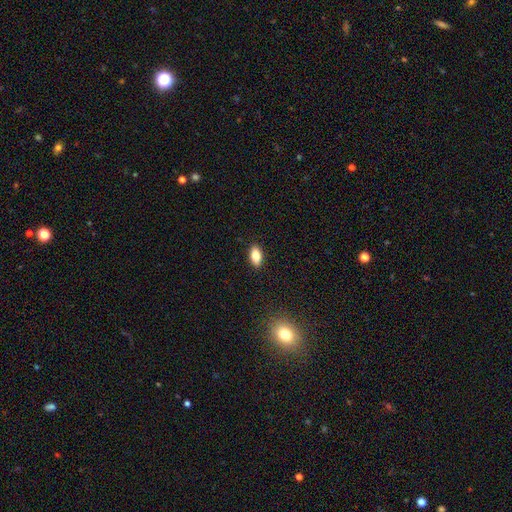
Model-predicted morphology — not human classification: smooth_or_featured: smooth (p=0.80) [alt: featured or disk p=0.11]
how_rounded: in between (p=0.90) [alt: cigar-shaped p=0.06]
merging: none (p=0.89) [alt: minor disturbance p=0.08]